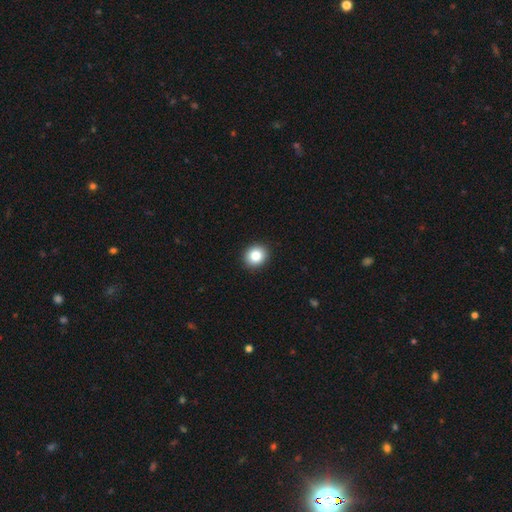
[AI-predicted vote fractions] smooth_or_featured: smooth (p=0.84) [alt: star or artifact p=0.10]
how_rounded: round (p=0.80) [alt: in between p=0.19]
merging: none (p=0.92) [alt: minor disturbance p=0.05]